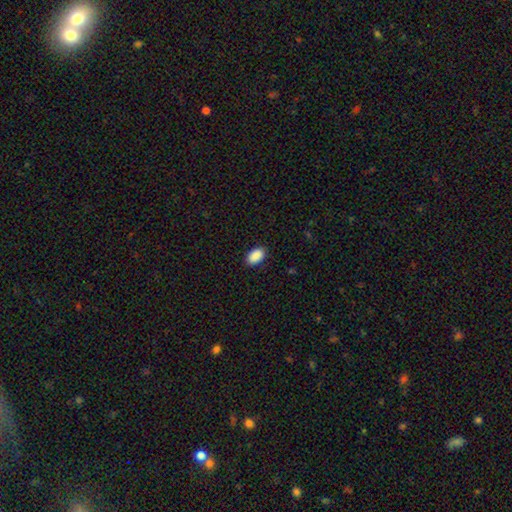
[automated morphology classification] Smooth or featured? Predicted: smooth (p=0.91). How rounded? Predicted: in between (p=0.92). Merging? Predicted: none (p=0.89).